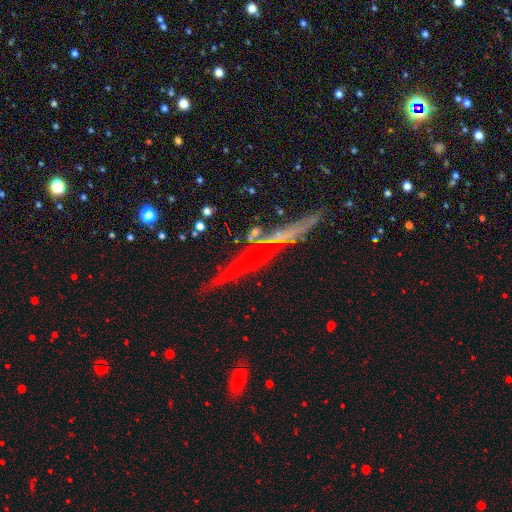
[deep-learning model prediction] The model was most divided on "smooth or featured": featured or disk: 61%, smooth: 26%, star or artifact: 14%. More confident: edge-on disk — yes (94%); merging — none (78%); edge-on bulge — none (75%).